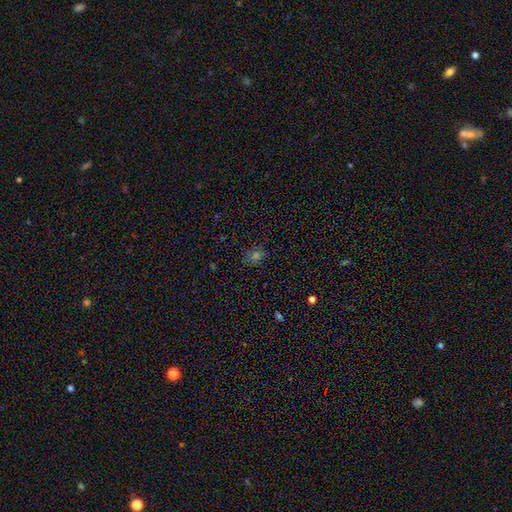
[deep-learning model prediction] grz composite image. It shows a smooth galaxy with no disk features (66%) that is round (56%). Merging: none (83%).